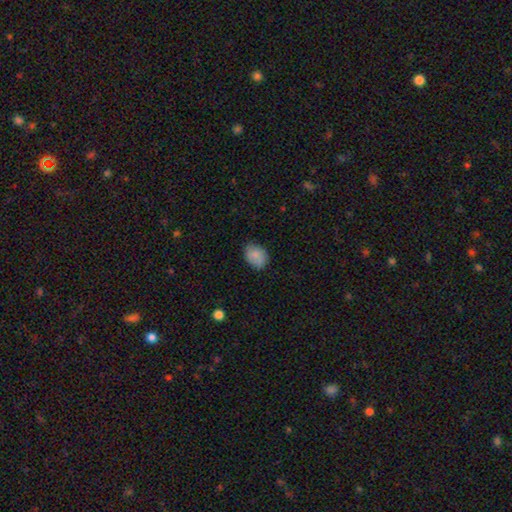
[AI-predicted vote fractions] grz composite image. It shows a smooth galaxy with no disk features (86%) that is in between round and cigar-shaped (68%). Merging: none (77%).